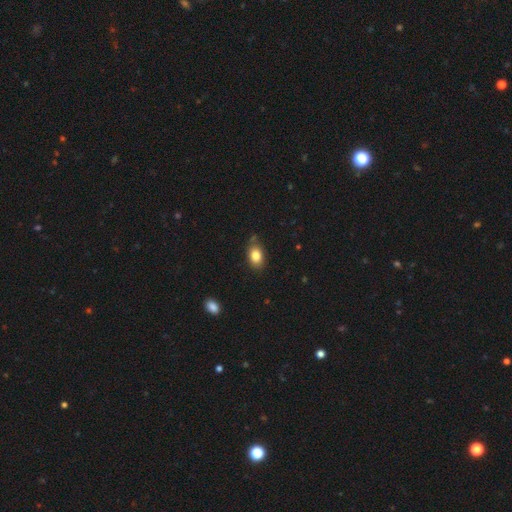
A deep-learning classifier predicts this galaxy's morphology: smooth_or_featured: smooth (p=0.83) [alt: star or artifact p=0.09]
how_rounded: in between (p=0.81) [alt: round p=0.17]
merging: none (p=0.75) [alt: minor disturbance p=0.18]